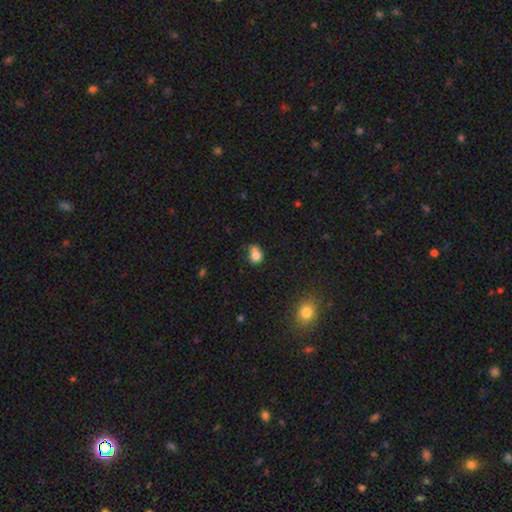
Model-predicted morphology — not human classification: This is likely a smooth galaxy (79%). How rounded: possibly round (56%). Merging: marginally none (39%).